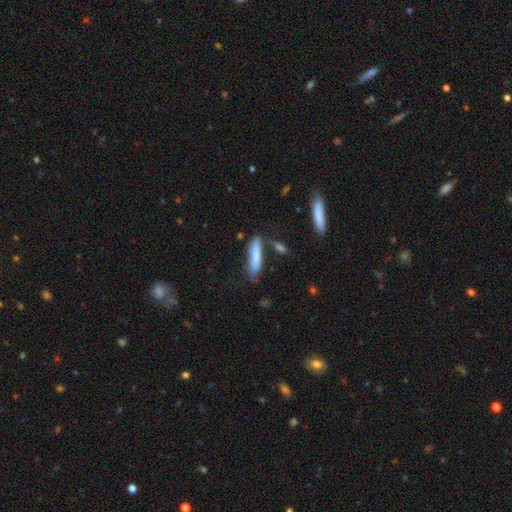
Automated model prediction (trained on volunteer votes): A smooth galaxy with no disk features (76%) that is cigar-shaped (82%). Merging: none (62%).